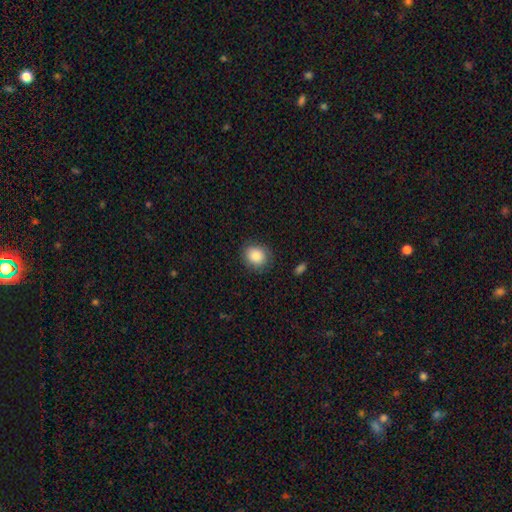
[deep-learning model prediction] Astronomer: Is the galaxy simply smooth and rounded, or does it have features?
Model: smooth — 87%.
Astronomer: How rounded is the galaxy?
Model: round — 70%.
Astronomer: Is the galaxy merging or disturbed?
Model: none — 85%.